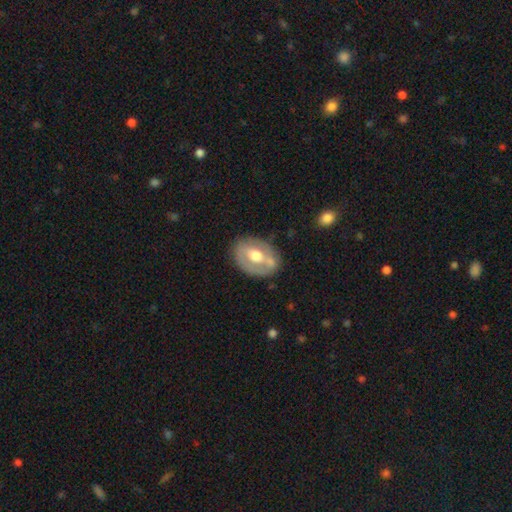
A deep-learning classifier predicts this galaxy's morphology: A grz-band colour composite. It shows a featured or disk galaxy (58%) with no bar (49%), no spiral arms (71%) and a moderate central bulge (71%). Merging: none (68%).